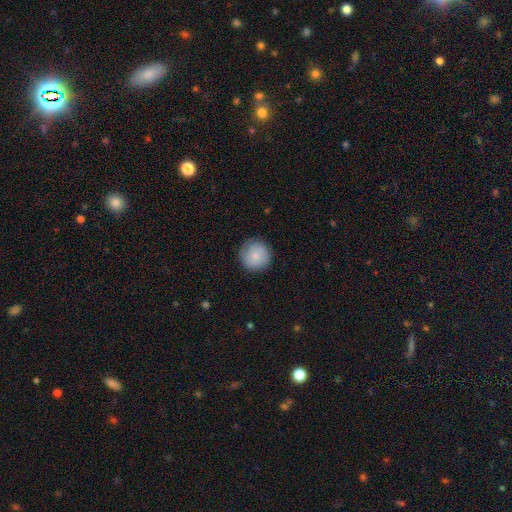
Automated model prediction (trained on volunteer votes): smooth-or-featured: smooth: 75% | featured or disk: 18% | star or artifact: 7%
  how-rounded: round: 94% | in between: 5% | cigar-shaped: 1%
  merging: none: 84% | minor disturbance: 12% | major disturbance: 3% | merger: 1%